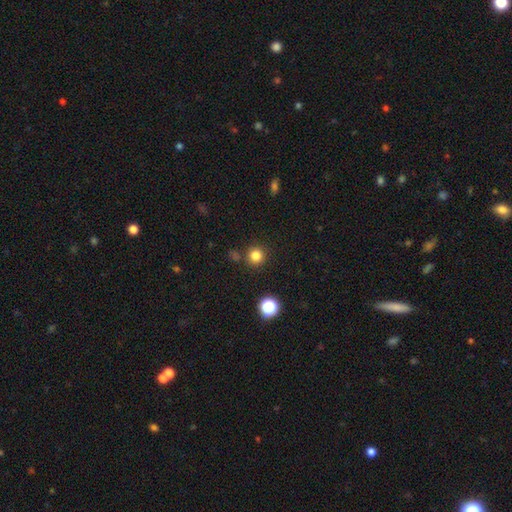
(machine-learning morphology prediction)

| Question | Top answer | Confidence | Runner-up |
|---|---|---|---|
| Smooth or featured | smooth | 81% | star or artifact (15%) |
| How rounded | round | 95% | in between (4%) |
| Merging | none | 86% | minor disturbance (7%) |